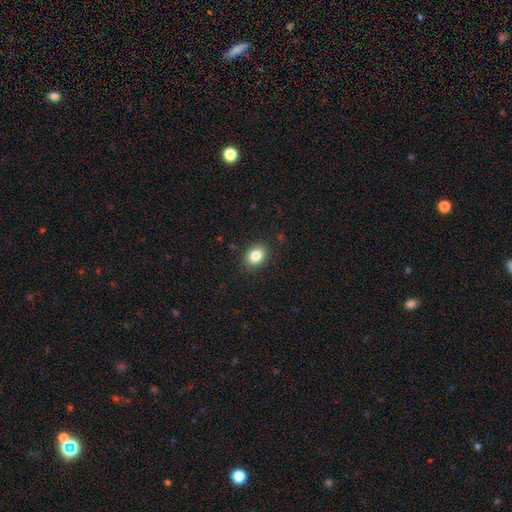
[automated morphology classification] This is clearly a smooth galaxy (83%). How rounded: possibly in between (52%). Merging: clearly none (88%).